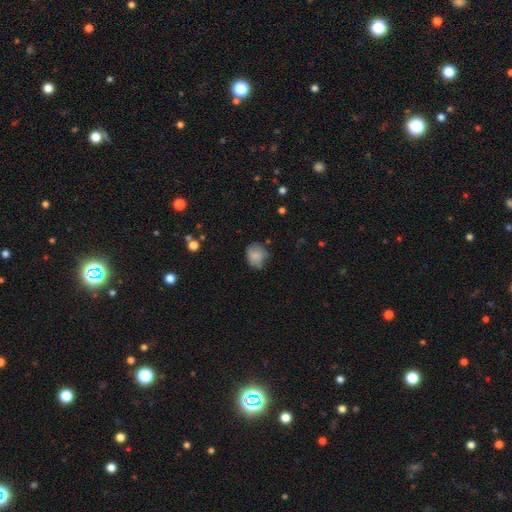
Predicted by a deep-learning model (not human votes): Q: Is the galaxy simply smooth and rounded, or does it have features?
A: smooth — 79%.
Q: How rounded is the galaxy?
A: round — 60%.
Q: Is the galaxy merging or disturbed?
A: none — 61%.